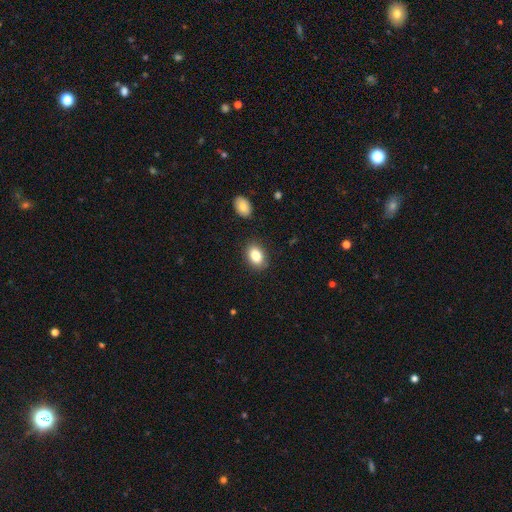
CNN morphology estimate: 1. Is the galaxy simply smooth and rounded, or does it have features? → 84% smooth, 8% star or artifact, 8% featured or disk.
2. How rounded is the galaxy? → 80% in between, 19% round, 1% cigar-shaped.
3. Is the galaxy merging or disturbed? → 86% none, 9% minor disturbance, 3% major disturbance, 2% merger.